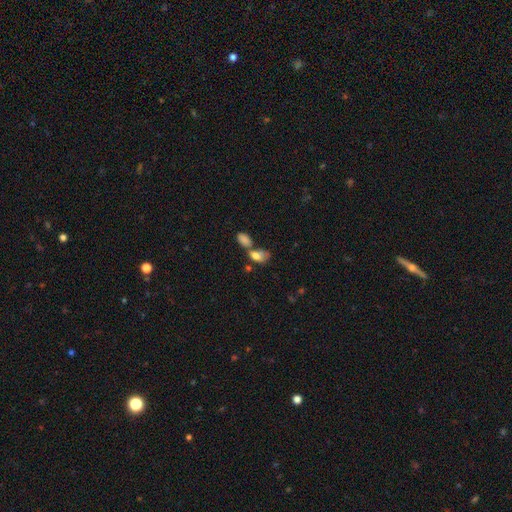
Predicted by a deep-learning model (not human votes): Overall: smooth (76%). How rounded: in between (87%). Merging: merger (50%; none 27%).